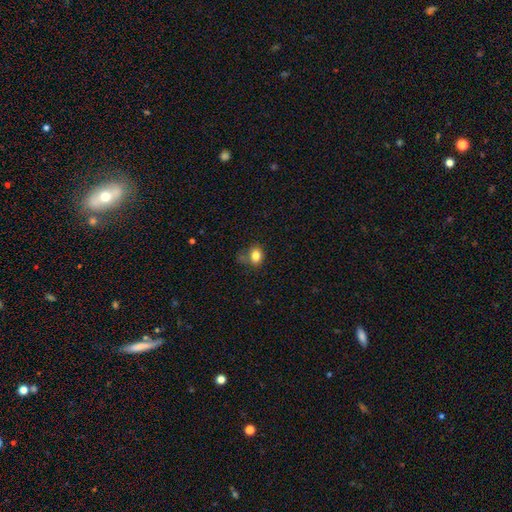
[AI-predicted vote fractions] Q: Smooth or featured?
A: smooth (82%); runner-up: star or artifact (11%)
Q: How rounded?
A: in between (57%); runner-up: round (42%)
Q: Merging?
A: none (58%); runner-up: minor disturbance (25%)